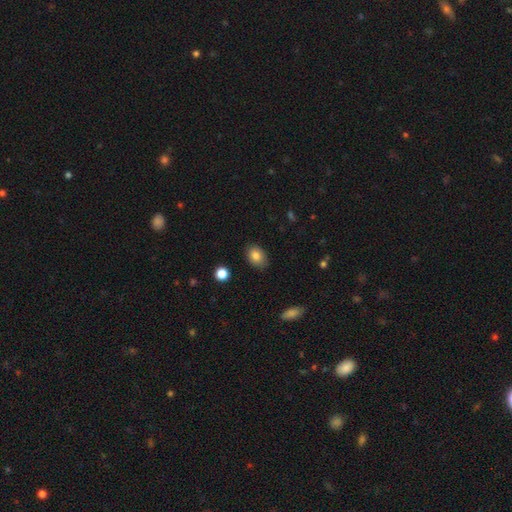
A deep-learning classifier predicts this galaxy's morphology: This appears to be a smooth galaxy with no disk features (83%) that is in between round and cigar-shaped (75%). Merging: none (82%).